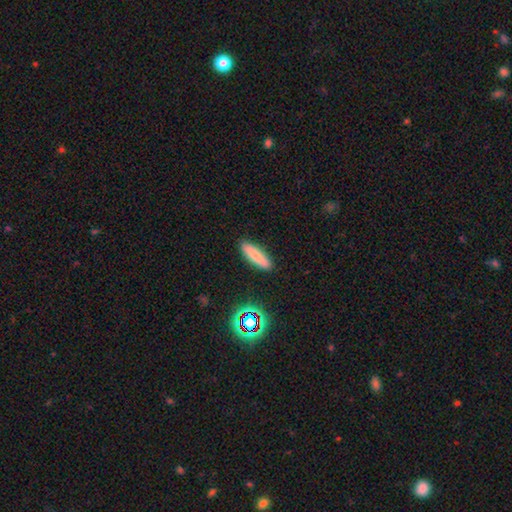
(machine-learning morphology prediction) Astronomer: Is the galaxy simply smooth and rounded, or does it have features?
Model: smooth — 80%.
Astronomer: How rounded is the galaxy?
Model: cigar-shaped — 69%.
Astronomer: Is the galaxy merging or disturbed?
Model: none — 89%.